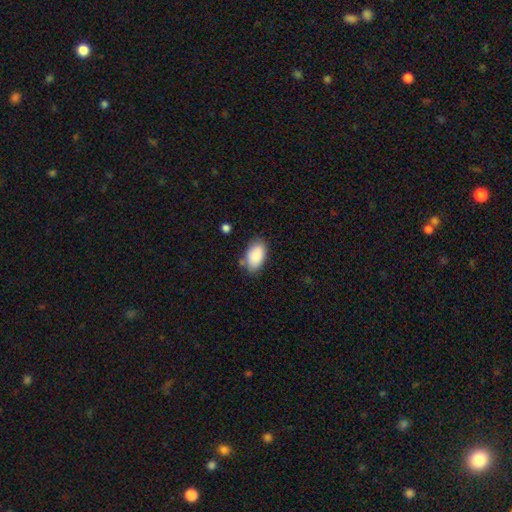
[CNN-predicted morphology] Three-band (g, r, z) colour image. It shows a smooth galaxy with no disk features (89%) that is in between round and cigar-shaped (94%). Merging: none (77%).